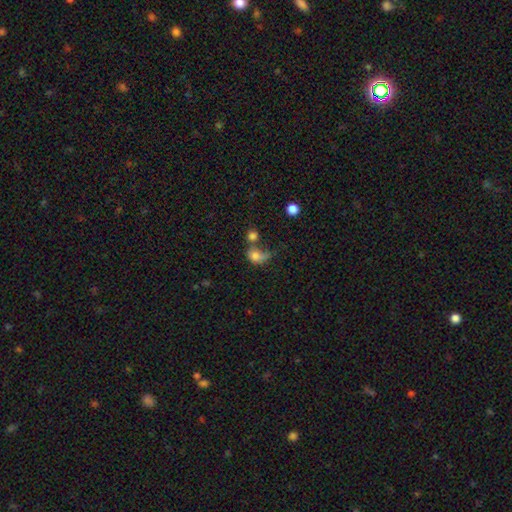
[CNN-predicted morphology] Smooth or featured? Predicted: smooth (p=0.73). How rounded? Predicted: in between (p=0.54). Merging? Predicted: merger (p=0.36).